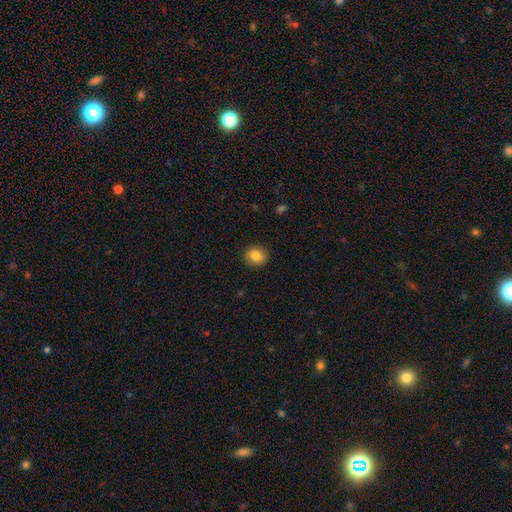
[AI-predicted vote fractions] smooth 84%, star or artifact 9%, featured or disk 7%. Down the decision tree: how rounded — round (73%); merging — none (90%).